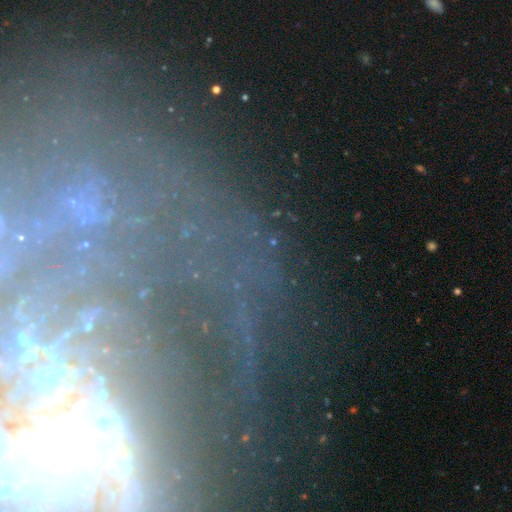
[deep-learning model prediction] This appears to be a featured or disk galaxy (59%). Merging: none (67%).